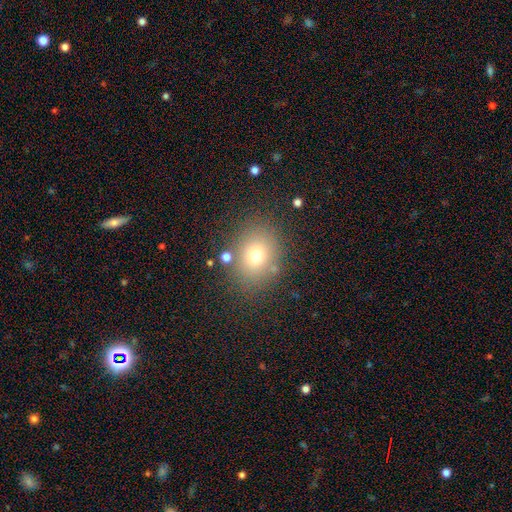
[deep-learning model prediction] smooth-or-featured: smooth: 70% | star or artifact: 17% | featured or disk: 14%
  how-rounded: round: 59% | in between: 40% | cigar-shaped: 1%
  merging: none: 80% | minor disturbance: 10% | merger: 5% | major disturbance: 5%